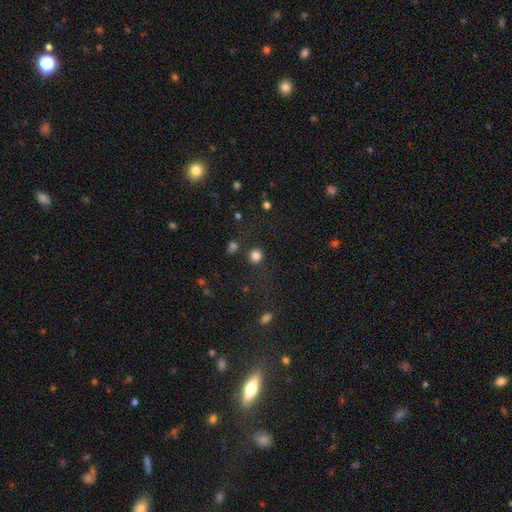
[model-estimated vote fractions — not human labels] Overall: smooth (82%). How rounded: round (89%). Merging: none (82%).